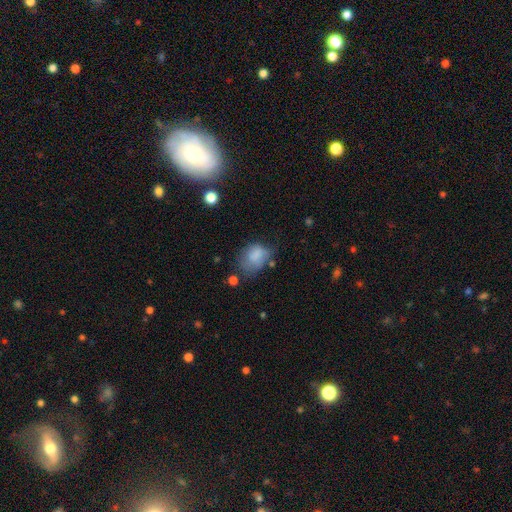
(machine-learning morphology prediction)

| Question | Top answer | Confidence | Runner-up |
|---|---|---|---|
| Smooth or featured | smooth | 75% | featured or disk (15%) |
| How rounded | in between | 68% | round (31%) |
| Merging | none | 38% | minor disturbance (34%) |